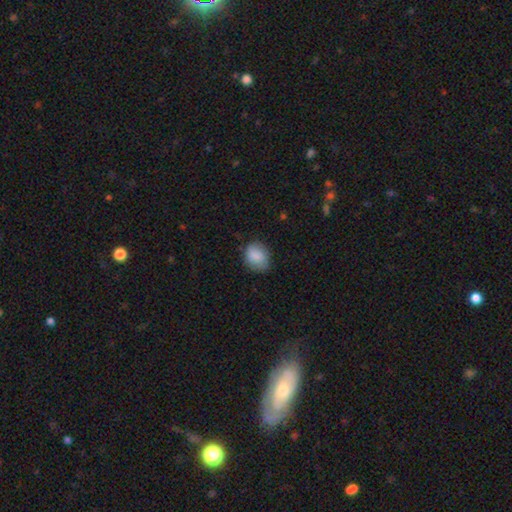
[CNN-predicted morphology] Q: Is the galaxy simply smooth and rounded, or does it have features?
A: smooth — 86%.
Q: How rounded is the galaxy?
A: in between — 53%.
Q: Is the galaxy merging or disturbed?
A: none — 75%.